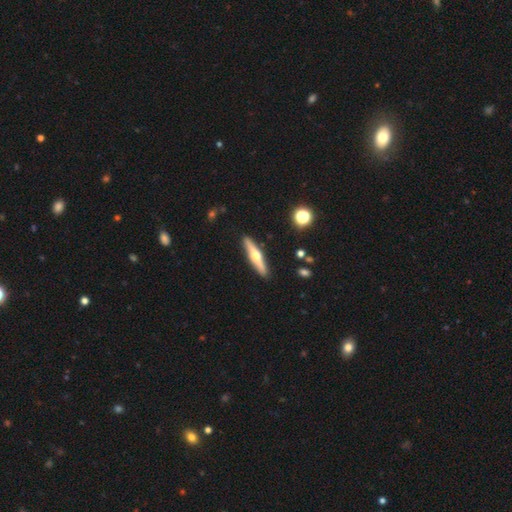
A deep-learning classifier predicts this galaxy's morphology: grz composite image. It shows a featured or disk galaxy (62%) viewed edge-on (96%) with a rounded central bulge (93%). Merging: none (91%).